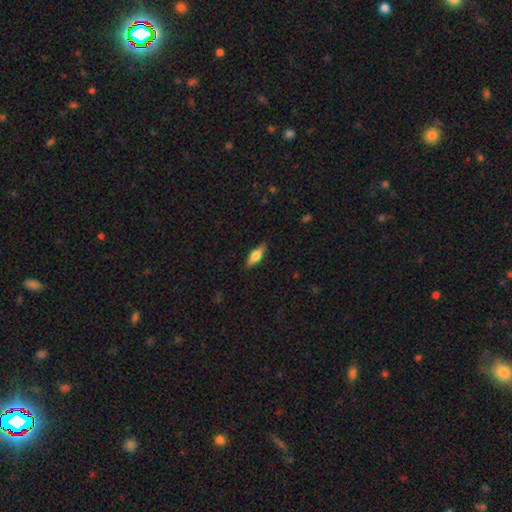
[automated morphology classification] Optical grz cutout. It shows a smooth galaxy with no disk features (53%) that is in between round and cigar-shaped (57%). Merging: none (87%).